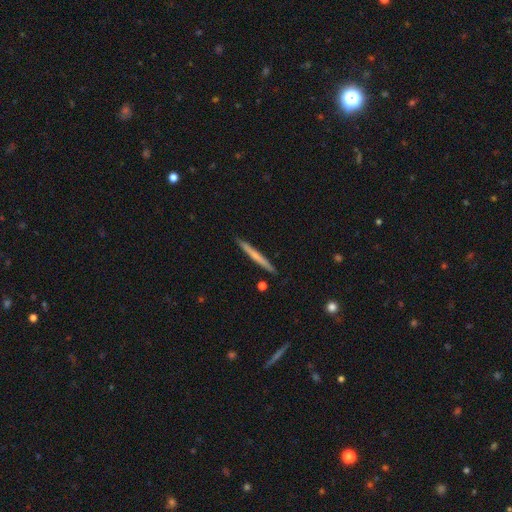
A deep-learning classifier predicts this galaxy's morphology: smooth 52%, featured or disk 43%, star or artifact 5%. Down the decision tree: how rounded — cigar-shaped (97%); merging — none (91%).